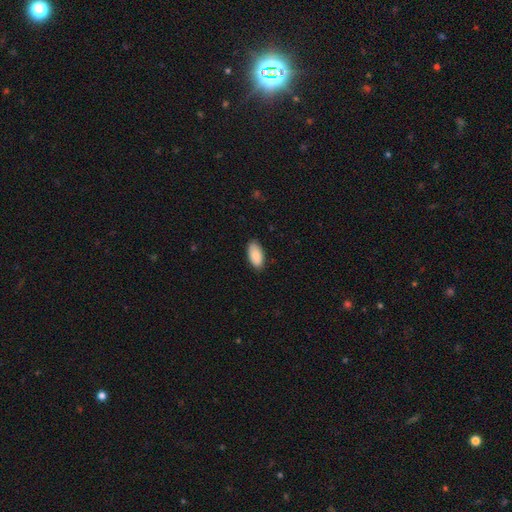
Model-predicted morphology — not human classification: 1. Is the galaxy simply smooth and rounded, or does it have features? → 88% smooth, 6% star or artifact, 6% featured or disk.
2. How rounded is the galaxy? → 94% in between, 4% cigar-shaped, 2% round.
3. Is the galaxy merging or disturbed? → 85% none, 12% minor disturbance, 2% major disturbance, 1% merger.